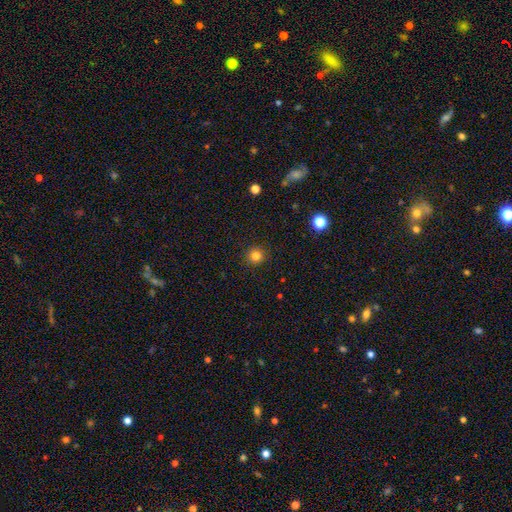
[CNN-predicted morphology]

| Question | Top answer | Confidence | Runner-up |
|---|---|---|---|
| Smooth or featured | smooth | 81% | star or artifact (13%) |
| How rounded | round | 94% | in between (5%) |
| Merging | none | 92% | minor disturbance (5%) |